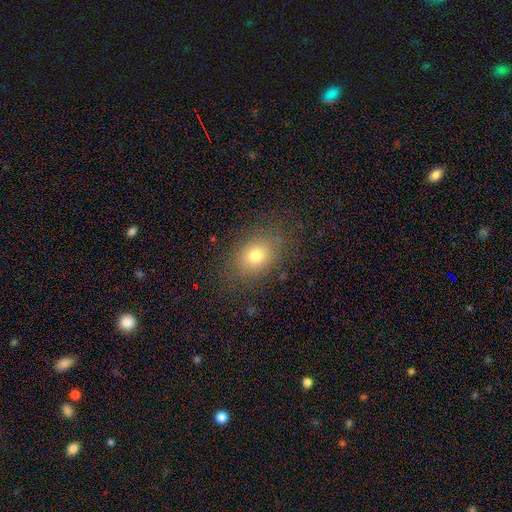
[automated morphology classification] A smooth galaxy with no disk features (75%) that is in between round and cigar-shaped (59%).

Vote fractions:
- Smooth or featured? smooth: 75% / star or artifact: 14% / featured or disk: 12%
- How rounded? in between: 59% / round: 40% / cigar-shaped: 1%
- Merging? none: 81% / minor disturbance: 12% / major disturbance: 6% / merger: 1%